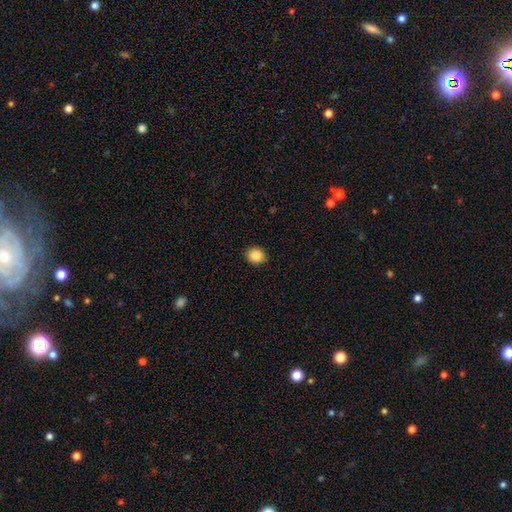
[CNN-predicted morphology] type=smooth (87%); roundness=round (79%); merging=none (91%).